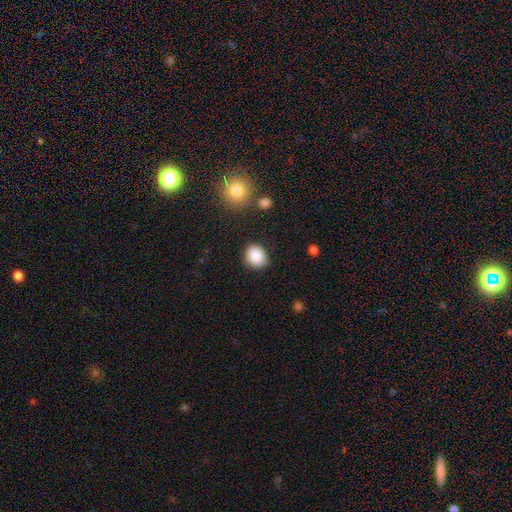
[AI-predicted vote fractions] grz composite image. It shows a smooth galaxy with no disk features (88%) that is round (57%). Merging: none (83%).